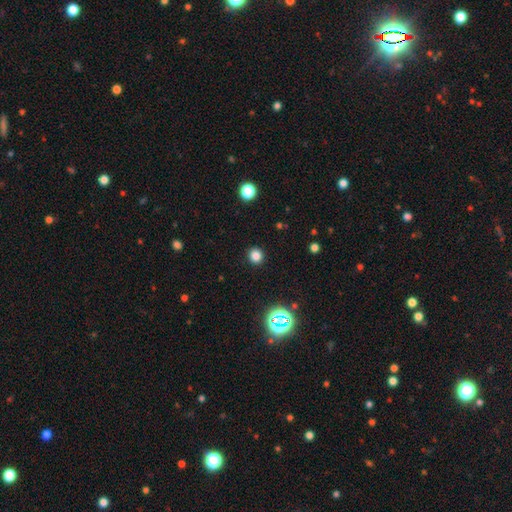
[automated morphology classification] Smooth or featured? smooth (80%)
How rounded? round (91%)
Merging? none (92%)